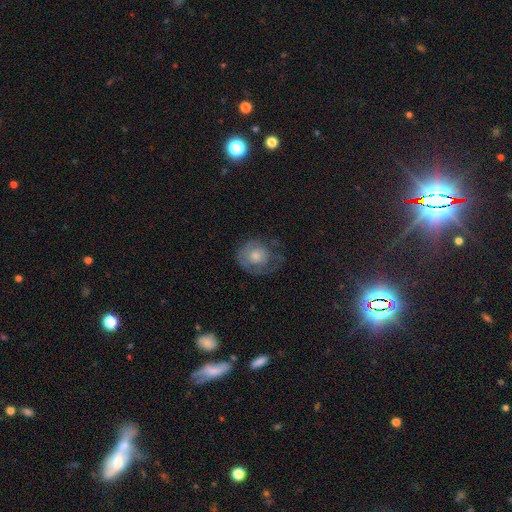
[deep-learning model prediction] Smooth or featured? featured or disk (51%)
Edge-on disk? no (96%)
Merging? none (59%)